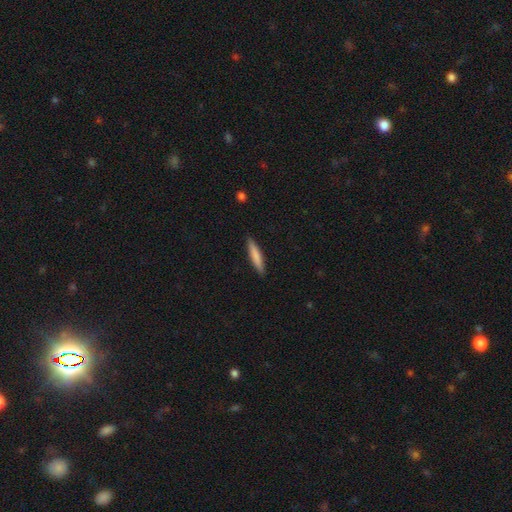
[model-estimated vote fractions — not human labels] Smooth or featured: smooth — 77% (featured or disk — 18%)
How rounded: cigar-shaped — 91% (in between — 8%)
Merging: none — 90% (minor disturbance — 7%)